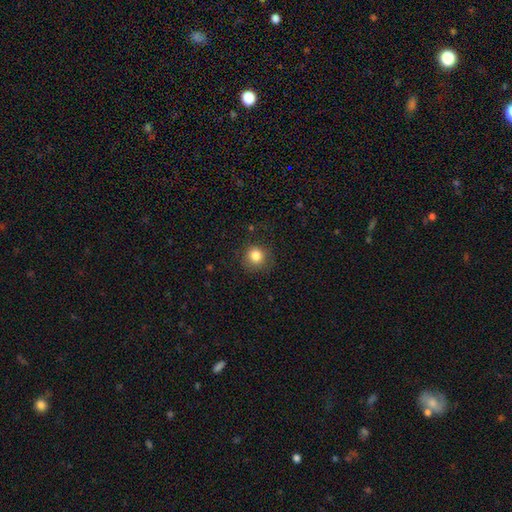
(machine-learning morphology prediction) Smooth or featured?
  - smooth: 83% *
  - star or artifact: 11%
  - featured or disk: 6%
How rounded?
  - round: 91% *
  - in between: 8%
  - cigar-shaped: 1%
Merging?
  - none: 82% *
  - minor disturbance: 13%
  - major disturbance: 4%
  - merger: 1%